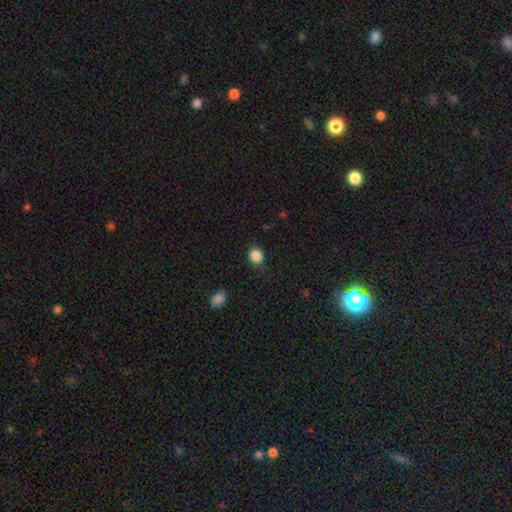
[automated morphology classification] smooth-or-featured: smooth: 87% | star or artifact: 10% | featured or disk: 3%
  how-rounded: round: 66% | in between: 33% | cigar-shaped: 1%
  merging: none: 83% | minor disturbance: 13% | major disturbance: 3% | merger: 1%